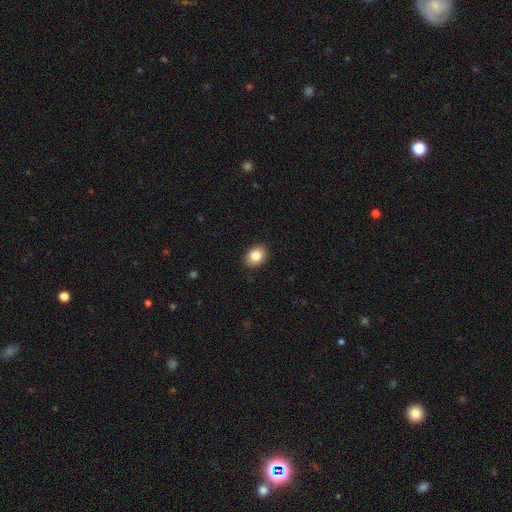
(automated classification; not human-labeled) The model was most divided on "how rounded": in between: 61%, round: 38%, cigar-shaped: 1%. More confident: merging — none (89%); smooth or featured — smooth (84%).